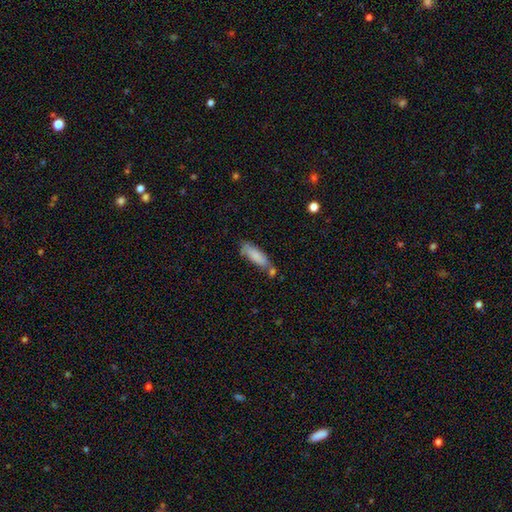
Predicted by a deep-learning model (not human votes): Smooth or featured? Predicted: smooth (p=0.82). How rounded? Predicted: in between (p=0.49, tied with cigar-shaped). Merging? Predicted: none (p=0.55).